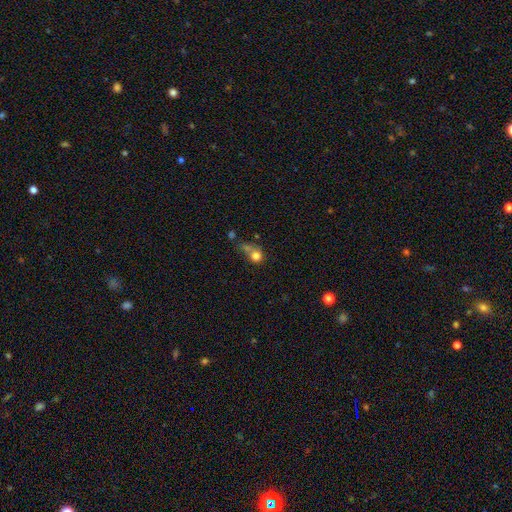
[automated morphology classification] A smooth galaxy with no disk features (74%) that is round (75%). Merging: none (31%, tied with merger).